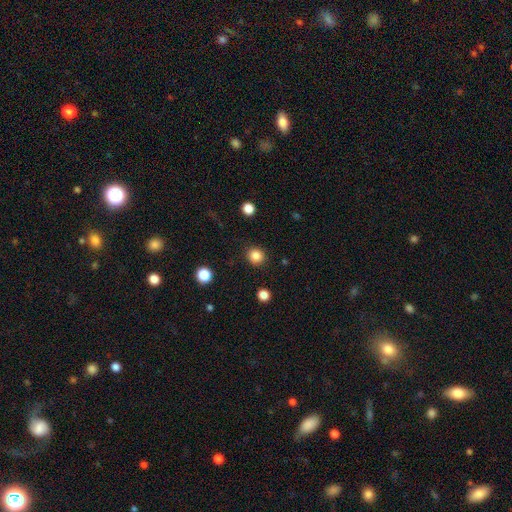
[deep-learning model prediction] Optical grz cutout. It shows a smooth galaxy with no disk features (85%) that is round (90%). Merging: none (90%).